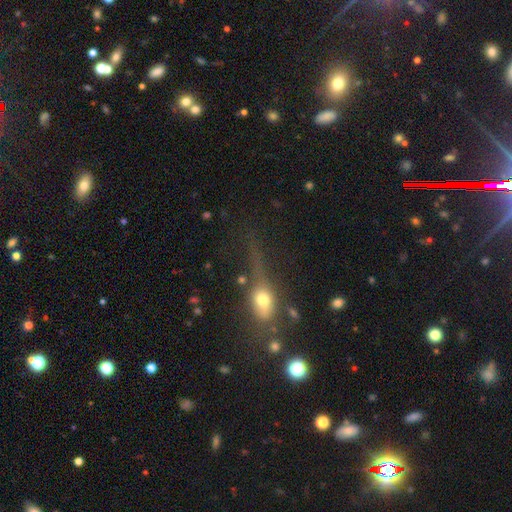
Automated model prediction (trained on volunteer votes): smooth_or_featured: featured or disk (p=0.37) [tied with: smooth p=0.37]
merging: none (p=0.50) [alt: minor disturbance p=0.24]